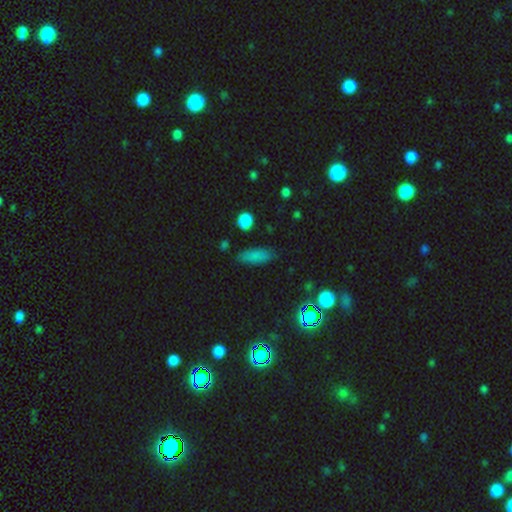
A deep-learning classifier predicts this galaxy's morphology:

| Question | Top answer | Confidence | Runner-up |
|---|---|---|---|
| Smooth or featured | smooth | 77% | star or artifact (14%) |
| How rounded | in between | 64% | cigar-shaped (32%) |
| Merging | none | 79% | minor disturbance (15%) |